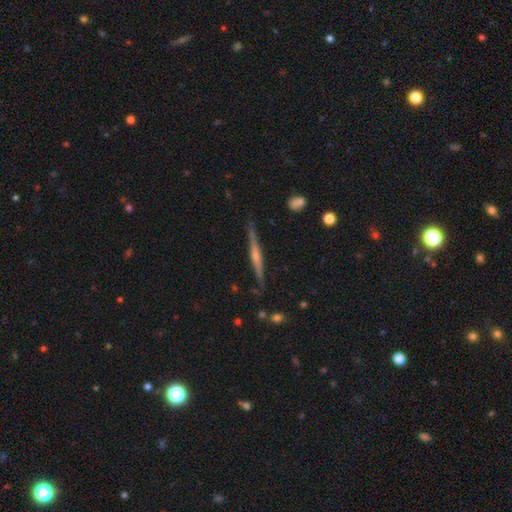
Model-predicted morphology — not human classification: A featured or disk galaxy (73%) viewed edge-on (97%) with a rounded central bulge (64%). Merging: none (84%).